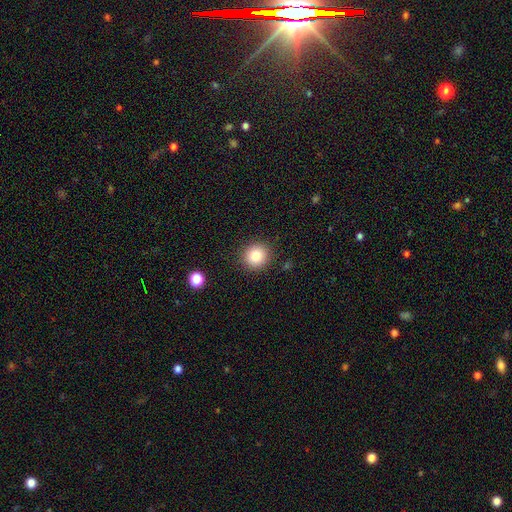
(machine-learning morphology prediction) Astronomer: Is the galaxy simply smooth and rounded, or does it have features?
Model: smooth — 82%.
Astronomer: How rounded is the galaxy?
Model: round — 91%.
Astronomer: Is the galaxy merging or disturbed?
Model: none — 89%.